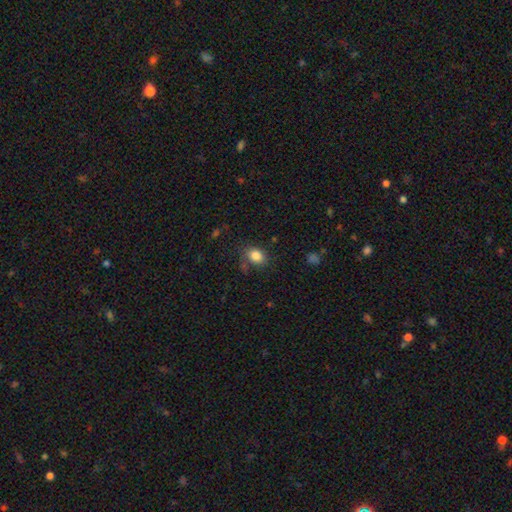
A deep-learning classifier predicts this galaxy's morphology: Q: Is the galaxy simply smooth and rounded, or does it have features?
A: smooth — 85%.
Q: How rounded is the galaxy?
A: in between — 62%.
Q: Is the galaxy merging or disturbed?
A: none — 72%.